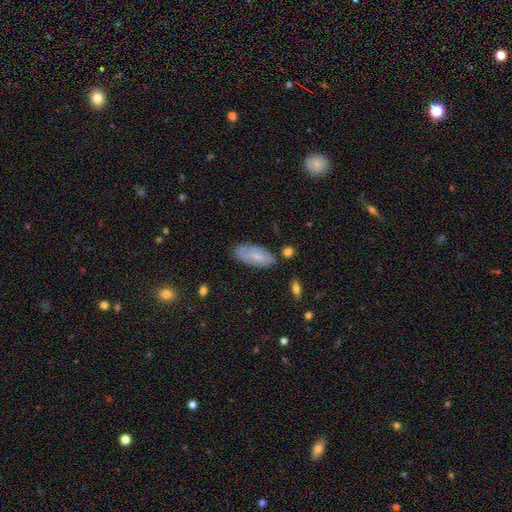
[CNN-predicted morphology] Q: Smooth or featured?
A: smooth (52%); runner-up: featured or disk (40%)
Q: How rounded?
A: in between (86%); runner-up: cigar-shaped (12%)
Q: Merging?
A: none (71%); runner-up: minor disturbance (21%)